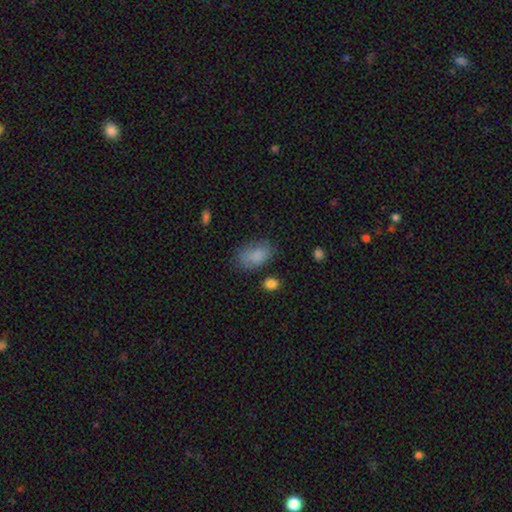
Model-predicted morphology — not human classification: Smooth or featured? smooth (84%)
How rounded? in between (91%)
Merging? none (68%)